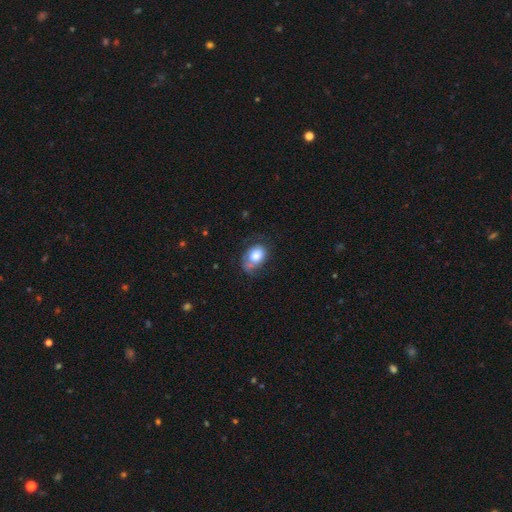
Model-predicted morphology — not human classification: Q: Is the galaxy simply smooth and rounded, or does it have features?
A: smooth — 71%.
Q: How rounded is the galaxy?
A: in between — 73%.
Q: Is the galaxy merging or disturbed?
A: none — 44%.